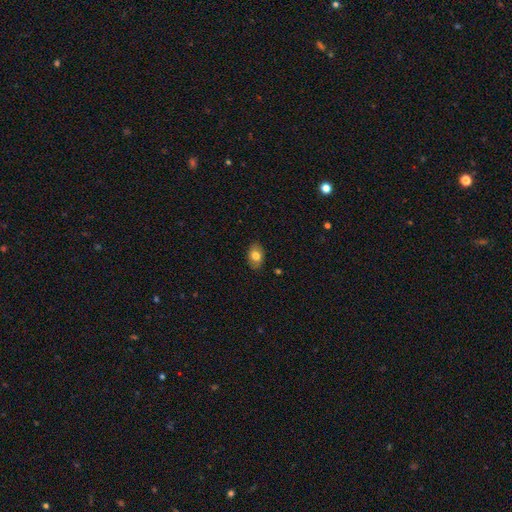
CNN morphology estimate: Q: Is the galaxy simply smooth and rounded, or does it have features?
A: smooth — 78%.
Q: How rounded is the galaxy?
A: in between — 83%.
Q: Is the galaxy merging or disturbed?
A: none — 86%.